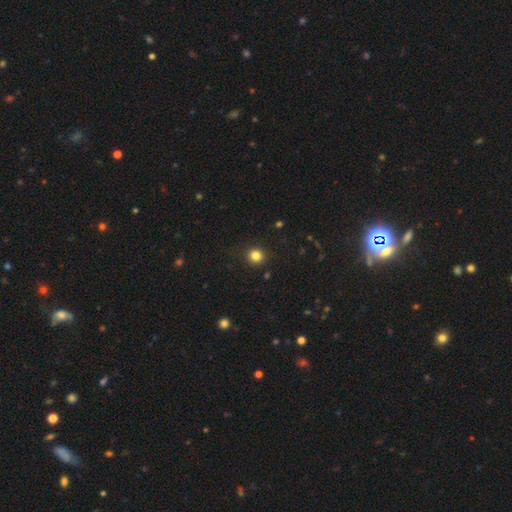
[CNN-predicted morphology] Q: Smooth or featured?
A: smooth (83%); runner-up: star or artifact (13%)
Q: How rounded?
A: round (92%); runner-up: in between (7%)
Q: Merging?
A: none (91%); runner-up: minor disturbance (6%)